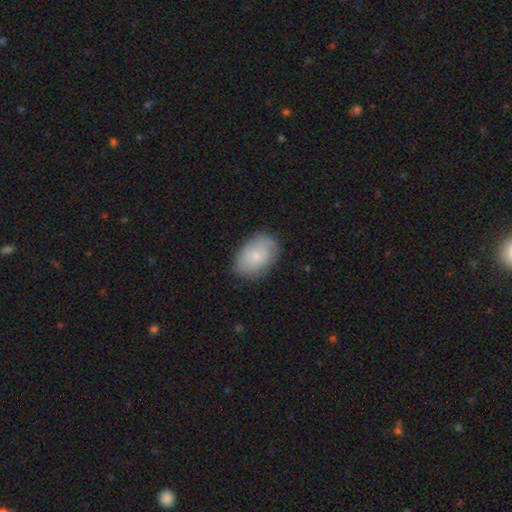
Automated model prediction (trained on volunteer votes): smooth-or-featured: smooth: 61% | featured or disk: 32% | star or artifact: 7%
  how-rounded: in between: 81% | round: 17% | cigar-shaped: 1%
  merging: none: 75% | minor disturbance: 19% | major disturbance: 5% | merger: 1%